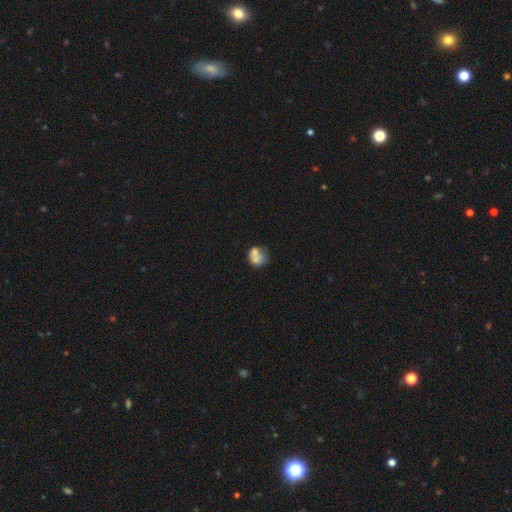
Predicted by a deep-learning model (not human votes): This appears to be a smooth galaxy with no disk features (65%) that is round (66%). Merging: merger (46%).